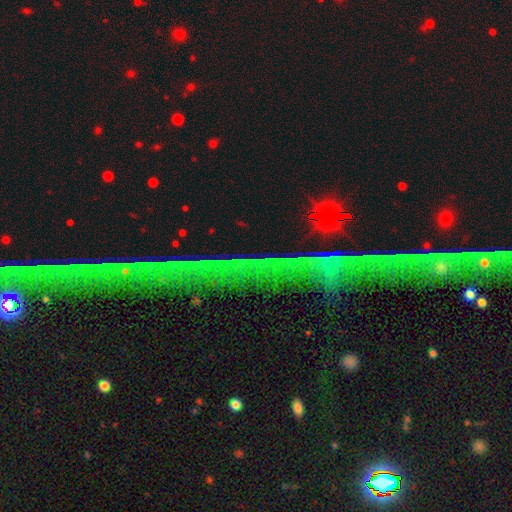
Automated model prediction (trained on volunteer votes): Smooth or featured?
  - star or artifact: 72% *
  - featured or disk: 16%
  - smooth: 13%